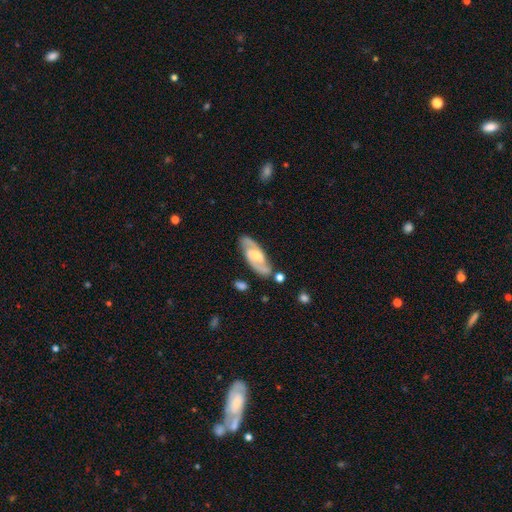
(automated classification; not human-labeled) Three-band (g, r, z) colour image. It shows a featured or disk galaxy (83%) with a weak bar (45%), 2 (91%) medium (53%) spiral arms (94%) and a moderate central bulge (54%). Merging: none (82%).